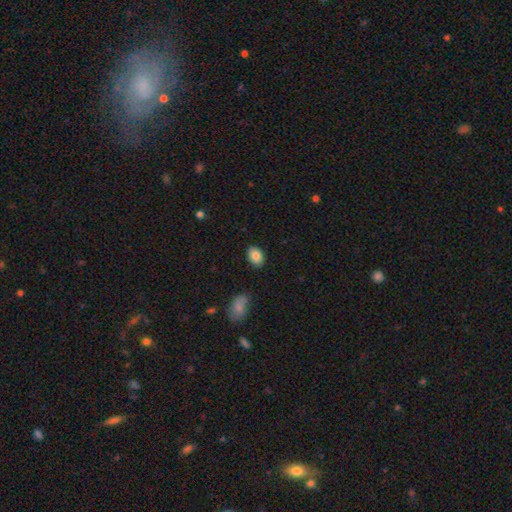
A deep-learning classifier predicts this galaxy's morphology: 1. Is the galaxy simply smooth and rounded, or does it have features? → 83% smooth, 10% featured or disk, 8% star or artifact.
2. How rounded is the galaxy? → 84% in between, 15% round, 1% cigar-shaped.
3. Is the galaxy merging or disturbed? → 86% none, 10% minor disturbance, 2% major disturbance, 2% merger.